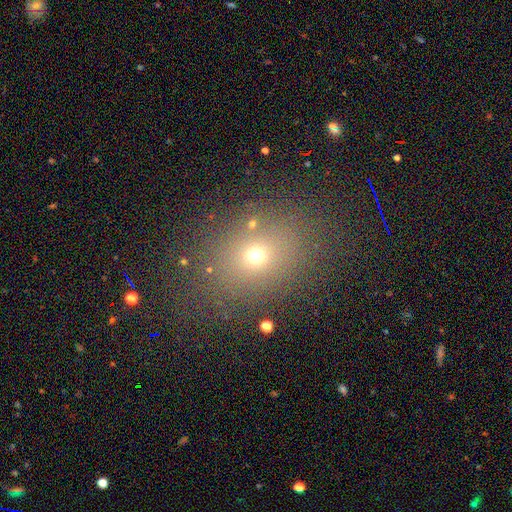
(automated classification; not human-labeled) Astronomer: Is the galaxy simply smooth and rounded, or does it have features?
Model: smooth — 64%.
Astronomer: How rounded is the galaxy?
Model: round — 55% (runner-up: in between, 44%).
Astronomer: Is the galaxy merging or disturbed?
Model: none — 79%.